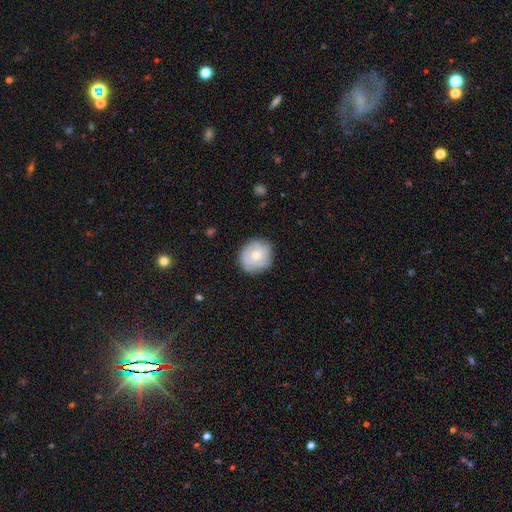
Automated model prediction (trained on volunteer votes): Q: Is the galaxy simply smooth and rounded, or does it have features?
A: smooth — 54%.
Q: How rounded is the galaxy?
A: round — 85%.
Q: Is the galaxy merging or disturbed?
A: none — 80%.